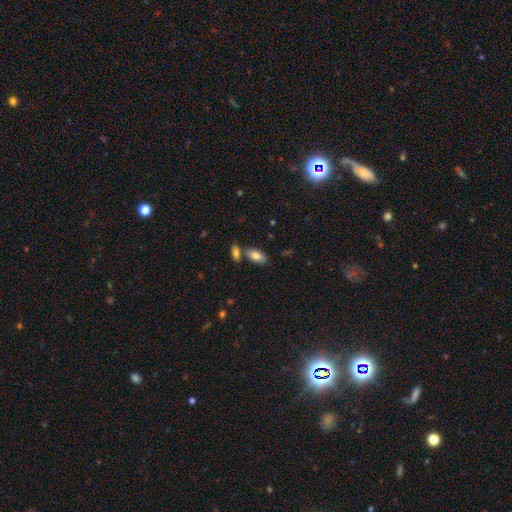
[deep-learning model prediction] smooth 82%, featured or disk 12%, star or artifact 7%. Down the decision tree: how rounded — in between (92%); merging — none (68%).